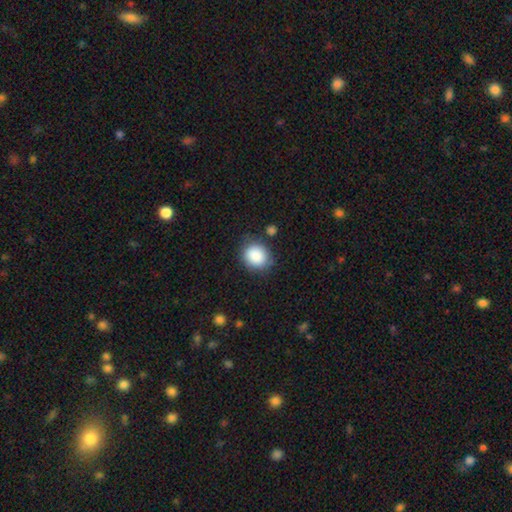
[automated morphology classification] Overall: smooth (88%). How rounded: round (71%). Merging: none (79%).